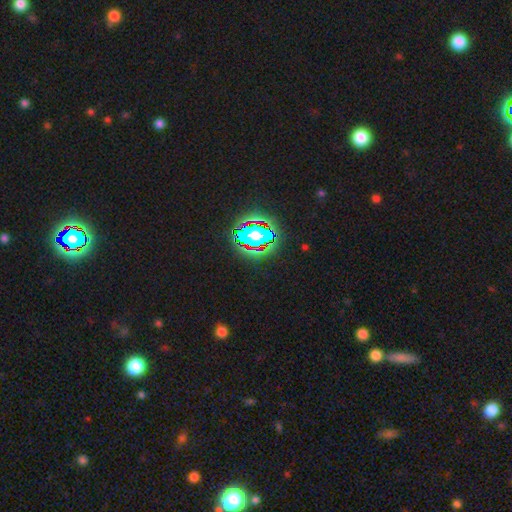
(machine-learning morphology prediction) The model was most divided on "smooth or featured": star or artifact: 81%, smooth: 12%, featured or disk: 7%.